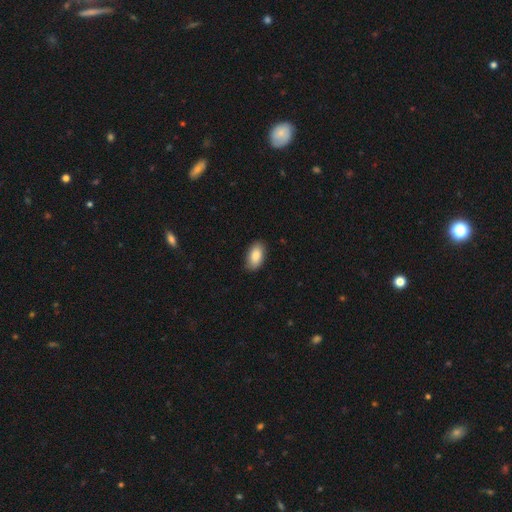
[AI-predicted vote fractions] Morphology: type=smooth (87%); roundness=in between (94%); merging=none (86%).